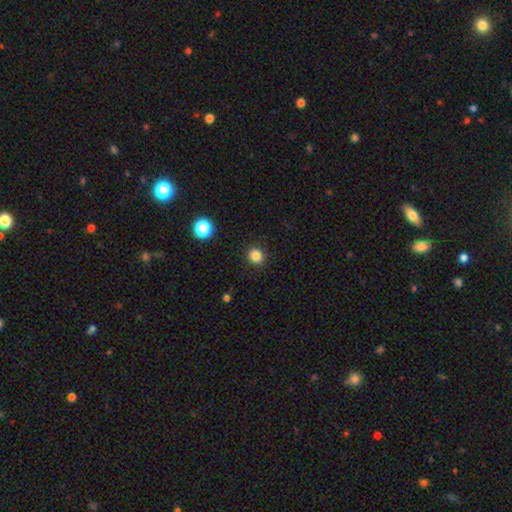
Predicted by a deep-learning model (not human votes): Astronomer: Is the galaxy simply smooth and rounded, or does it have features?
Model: smooth — 83%.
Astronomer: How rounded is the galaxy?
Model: round — 84%.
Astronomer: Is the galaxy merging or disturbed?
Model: none — 91%.